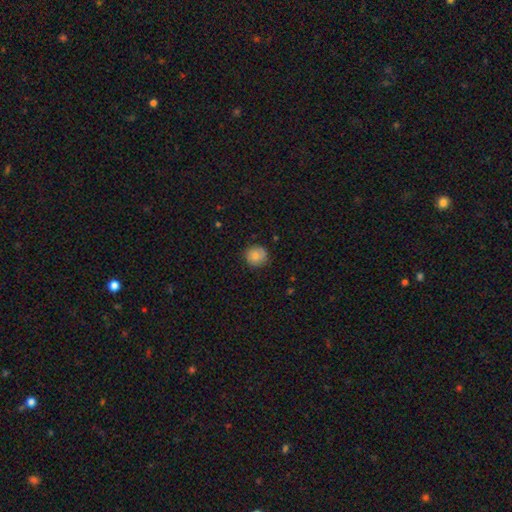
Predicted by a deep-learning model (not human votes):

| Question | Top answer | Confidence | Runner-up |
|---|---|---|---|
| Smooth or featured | smooth | 83% | featured or disk (9%) |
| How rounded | round | 91% | in between (8%) |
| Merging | none | 84% | minor disturbance (13%) |